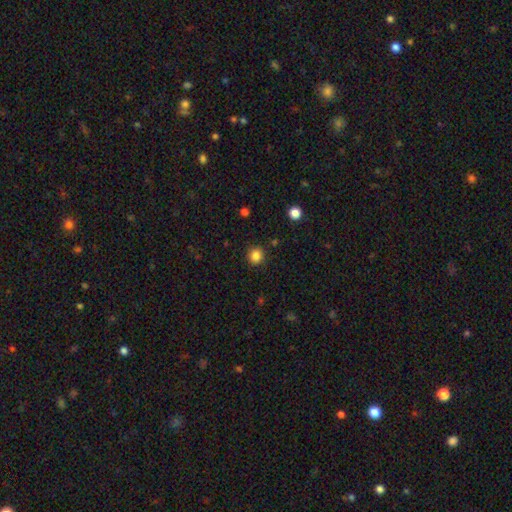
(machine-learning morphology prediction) smooth-or-featured: smooth: 84% | star or artifact: 12% | featured or disk: 4%
  how-rounded: round: 92% | in between: 7% | cigar-shaped: 1%
  merging: none: 90% | minor disturbance: 6% | major disturbance: 2% | merger: 1%